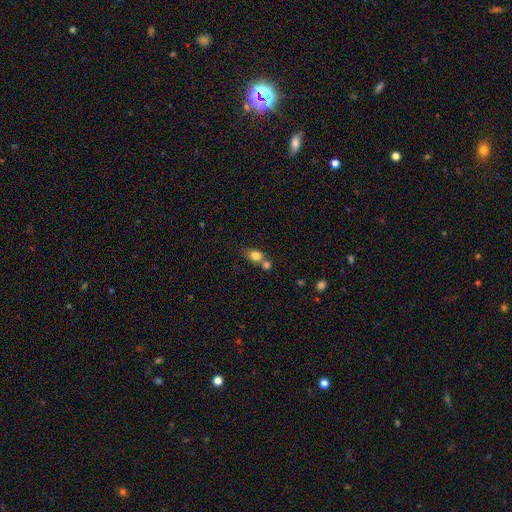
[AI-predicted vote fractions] Q: Smooth or featured?
A: smooth (80%); runner-up: star or artifact (10%)
Q: How rounded?
A: in between (52%); runner-up: round (46%)
Q: Merging?
A: none (44%); runner-up: merger (41%)